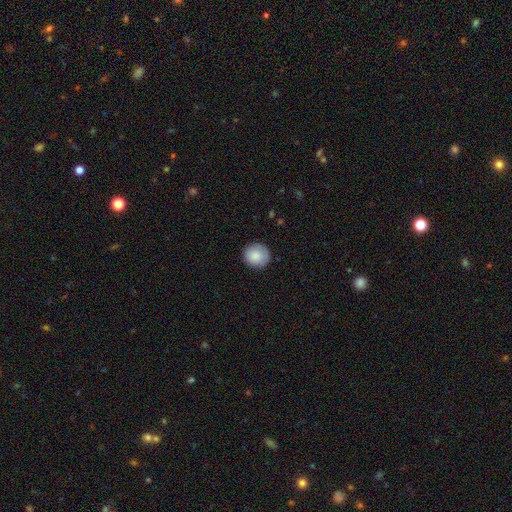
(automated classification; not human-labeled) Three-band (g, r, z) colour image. It shows a smooth galaxy with no disk features (87%) that is round (92%). Merging: none (88%).